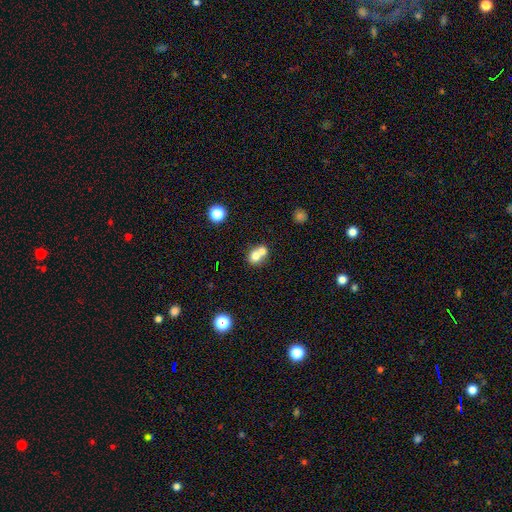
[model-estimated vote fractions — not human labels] A smooth galaxy with no disk features (71%) that is round (69%). Merging: merger (66%).